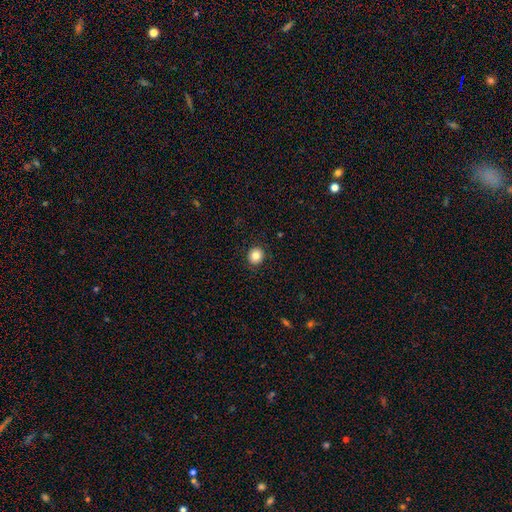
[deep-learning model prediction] smooth 83%, star or artifact 10%, featured or disk 7%. Down the decision tree: how rounded — round (85%); merging — none (91%).